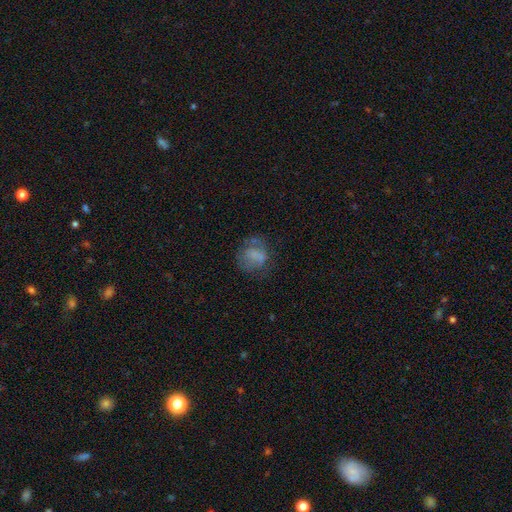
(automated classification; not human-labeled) This appears to be a smooth galaxy with no disk features (59%) that is round (67%). Merging: none (51%).